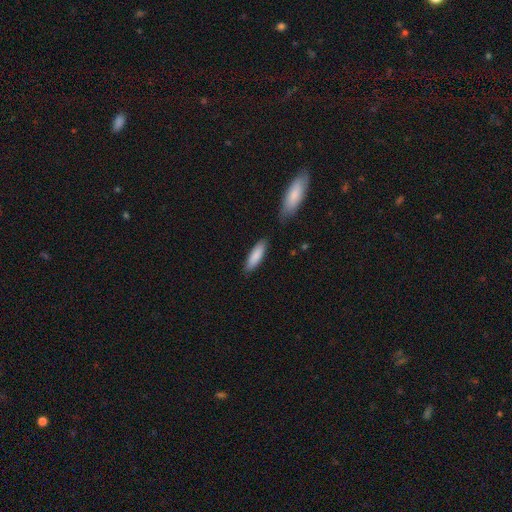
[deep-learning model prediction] smooth-or-featured: smooth: 86% | featured or disk: 8% | star or artifact: 5%
  how-rounded: cigar-shaped: 58% | in between: 41% | round: 1%
  merging: none: 82% | minor disturbance: 12% | merger: 3% | major disturbance: 2%